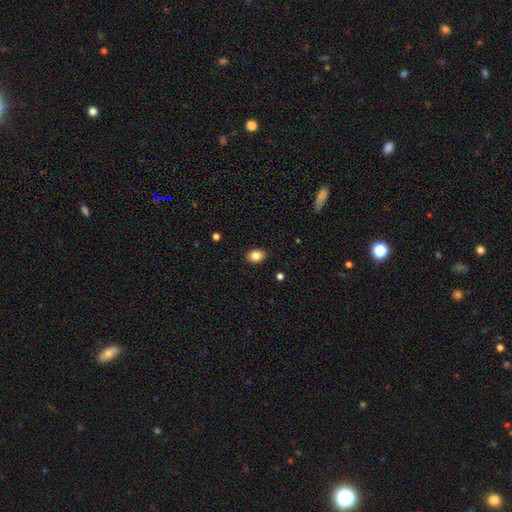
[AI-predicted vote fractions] This is clearly a smooth galaxy (83%). How rounded: likely in between (72%). Merging: clearly none (88%).